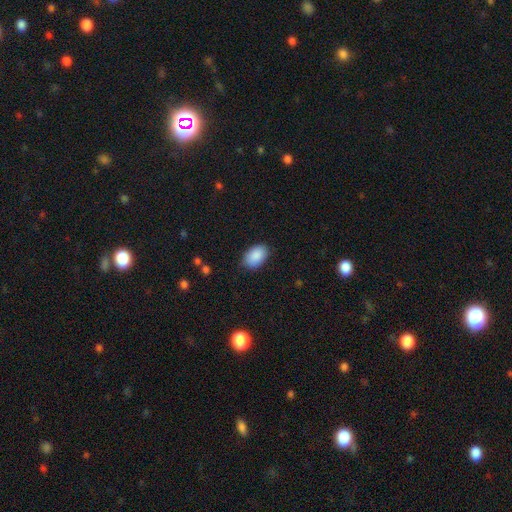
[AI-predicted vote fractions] smooth_or_featured: smooth (p=0.89) [alt: star or artifact p=0.07]
how_rounded: in between (p=0.89) [alt: round p=0.10]
merging: none (p=0.83) [alt: minor disturbance p=0.13]